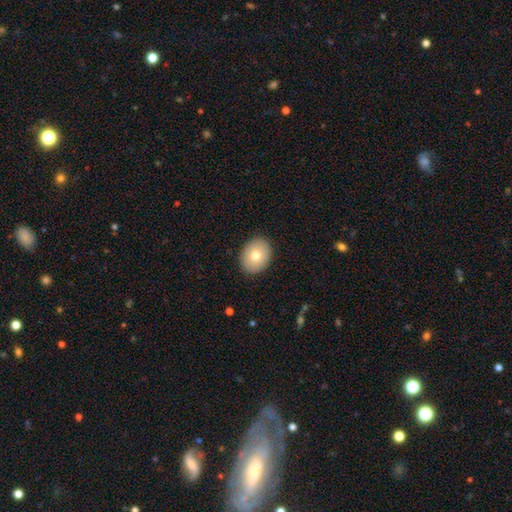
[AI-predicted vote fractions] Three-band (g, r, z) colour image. It shows a smooth galaxy with no disk features (77%) that is in between round and cigar-shaped (60%). Merging: none (90%).